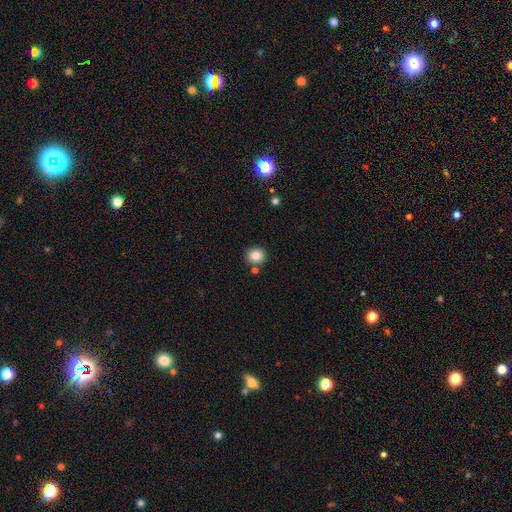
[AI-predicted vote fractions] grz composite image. It shows a smooth galaxy with no disk features (85%) that is round (83%). Merging: none (82%).